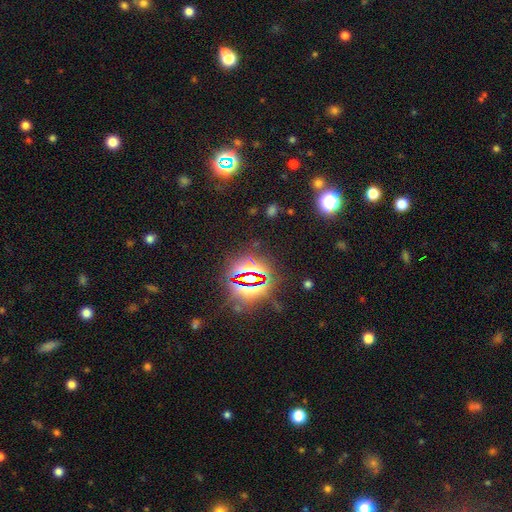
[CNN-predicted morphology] Overall: star or artifact (81%).